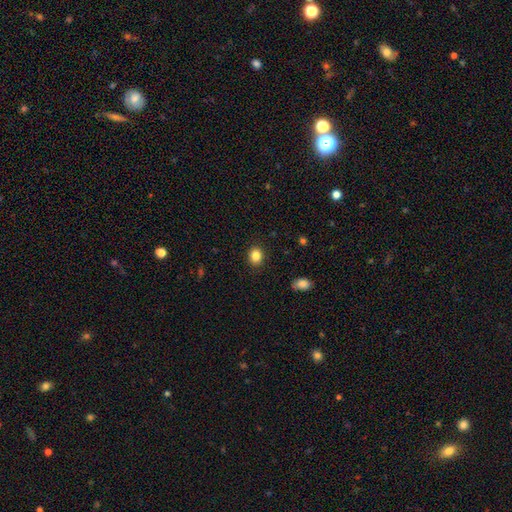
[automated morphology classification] The model was most divided on "how rounded": round: 62%, in between: 37%, cigar-shaped: 1%. More confident: merging — none (89%); smooth or featured — smooth (85%).